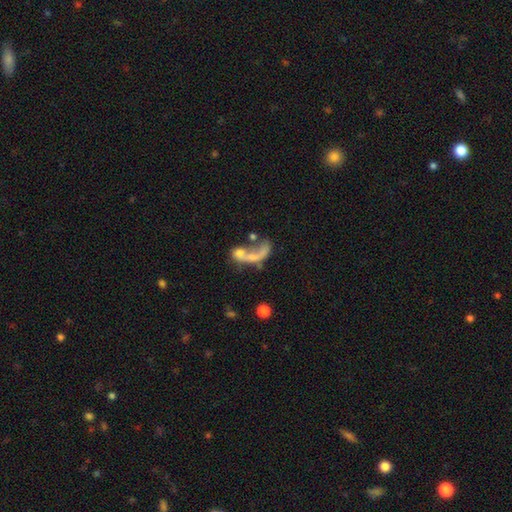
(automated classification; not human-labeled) This appears to be a featured or disk galaxy (47%). Merging: merger (37%, tied with major disturbance).